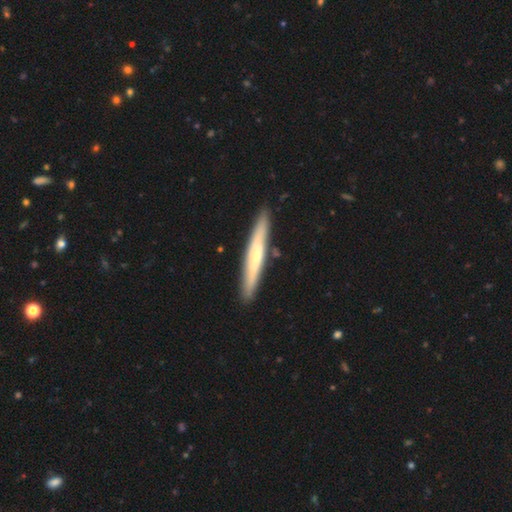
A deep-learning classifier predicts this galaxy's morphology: This is possibly a featured or disk galaxy (48%). Merging: clearly none (88%).